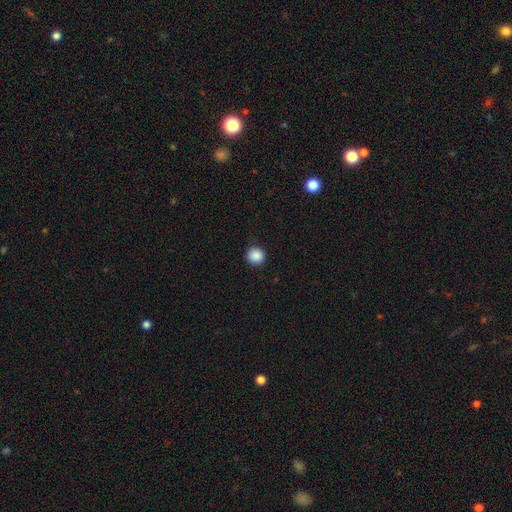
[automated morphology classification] Smooth or featured? smooth (88%)
How rounded? round (94%)
Merging? none (92%)